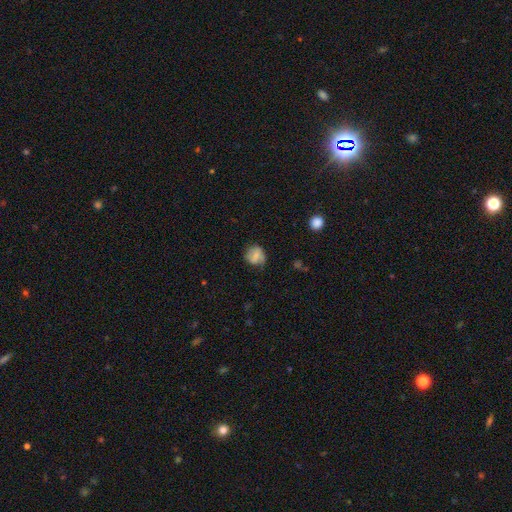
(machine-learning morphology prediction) smooth_or_featured: smooth (p=0.65) [alt: featured or disk p=0.26]
how_rounded: round (p=0.74) [alt: in between p=0.25]
merging: none (p=0.63) [alt: minor disturbance p=0.26]